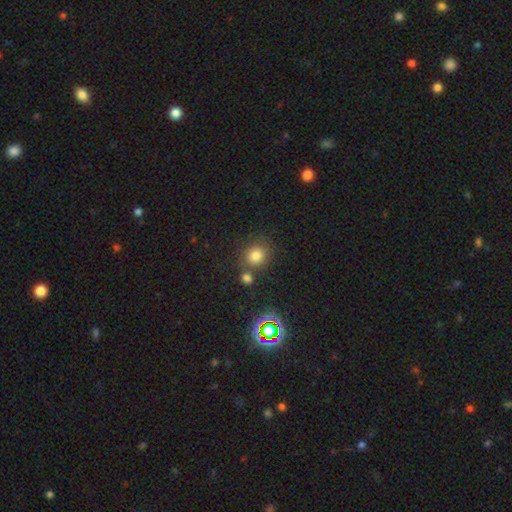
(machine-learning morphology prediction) Smooth or featured? smooth (78%)
How rounded? round (82%)
Merging? none (69%)